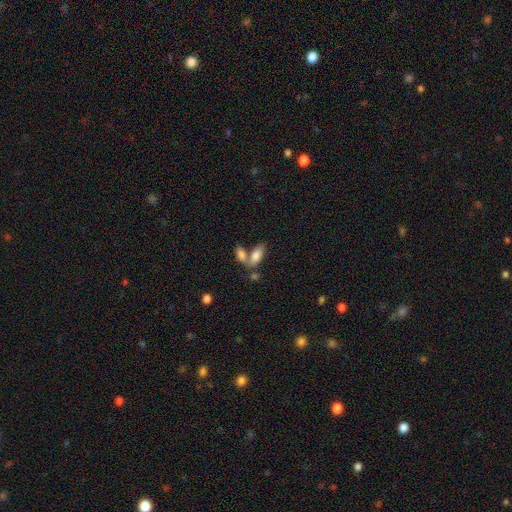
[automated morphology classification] type=smooth (80%); roundness=in between (88%); merging=merger (53%).